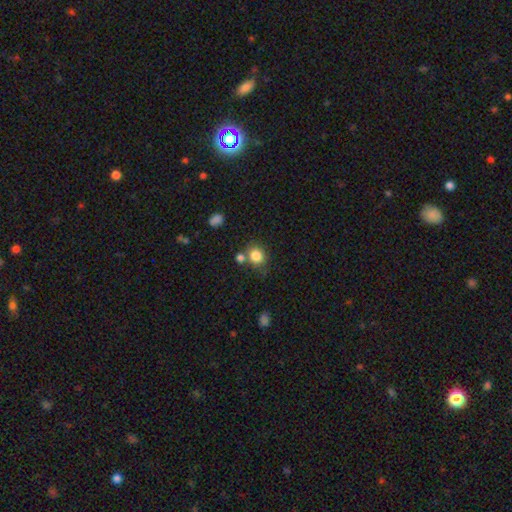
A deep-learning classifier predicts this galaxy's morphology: smooth 83%, star or artifact 11%, featured or disk 6%. Down the decision tree: how rounded — round (72%); merging — none (63%).